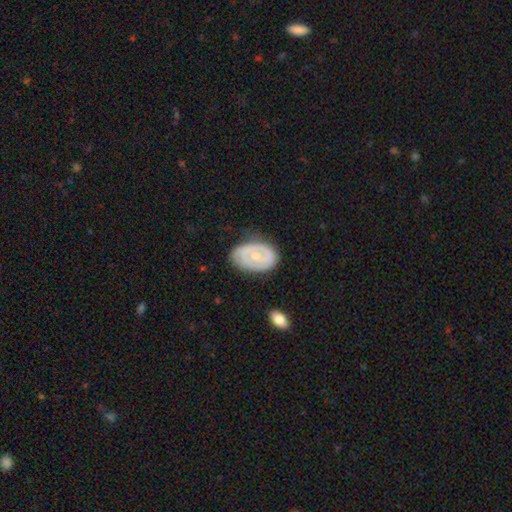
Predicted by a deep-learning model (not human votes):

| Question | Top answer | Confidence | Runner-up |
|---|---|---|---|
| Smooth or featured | featured or disk | 59% | smooth (35%) |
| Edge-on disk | no | 94% | yes (6%) |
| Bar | no | 74% | weak (20%) |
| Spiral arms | no | 61% | yes (39%) |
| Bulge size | moderate | 49% | small (47%) |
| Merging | none | 70% | minor disturbance (22%) |